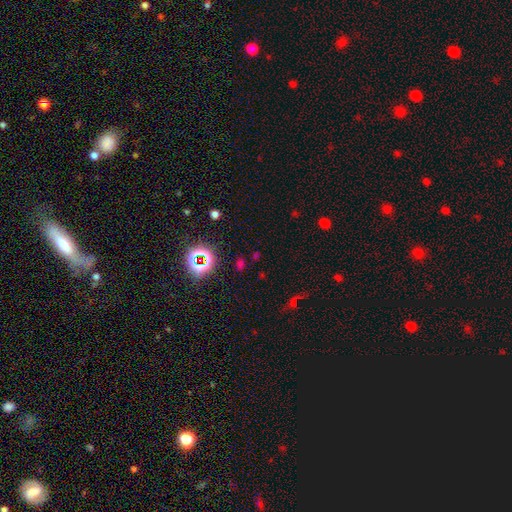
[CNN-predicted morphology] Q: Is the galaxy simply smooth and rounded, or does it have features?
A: star or artifact — 63%.